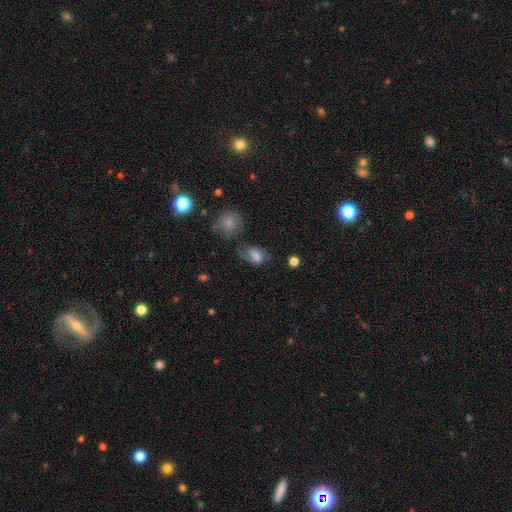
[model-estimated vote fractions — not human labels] Smooth or featured?
  - smooth: 71% *
  - featured or disk: 19%
  - star or artifact: 10%
How rounded?
  - in between: 84% *
  - round: 14%
  - cigar-shaped: 2%
Merging?
  - none: 48% *
  - minor disturbance: 27%
  - major disturbance: 16%
  - merger: 9%